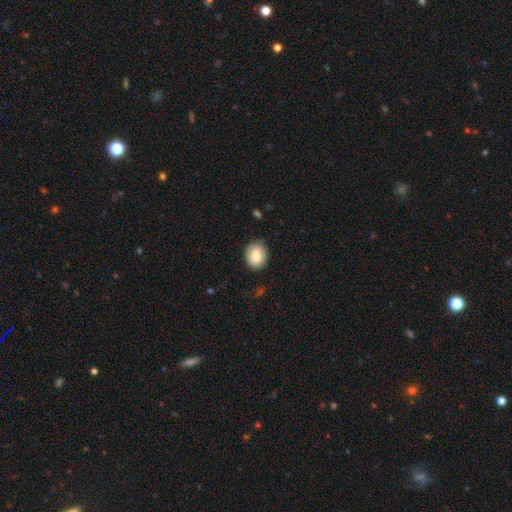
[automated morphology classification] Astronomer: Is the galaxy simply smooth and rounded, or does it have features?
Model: smooth — 79%.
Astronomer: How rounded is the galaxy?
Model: round — 52% (runner-up: in between, 48%).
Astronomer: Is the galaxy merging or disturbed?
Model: none — 87%.